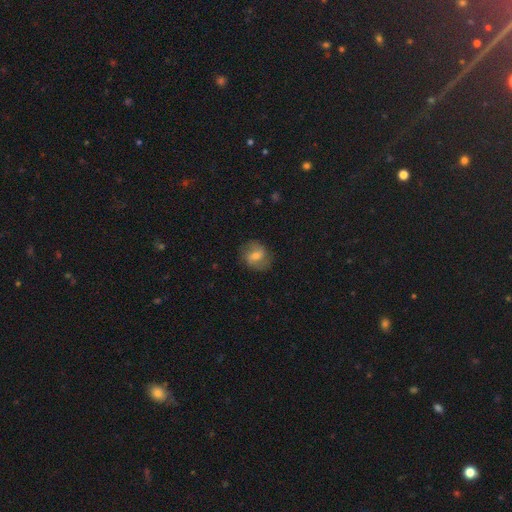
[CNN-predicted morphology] The model was most divided on "smooth or featured": featured or disk: 50%, smooth: 41%, star or artifact: 9%. More confident: edge-on disk — no (96%); merging — none (80%).